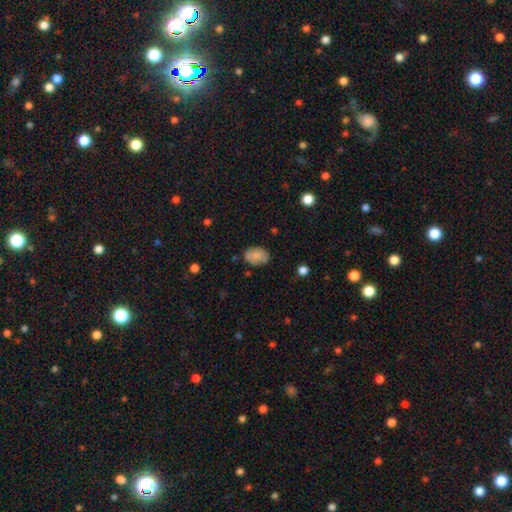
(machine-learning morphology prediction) Overall: smooth (83%). How rounded: in between (84%). Merging: none (74%).